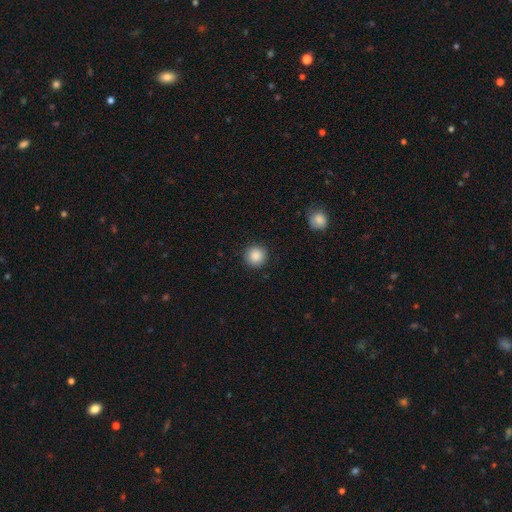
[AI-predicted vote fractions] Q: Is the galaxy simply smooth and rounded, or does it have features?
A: smooth — 87%.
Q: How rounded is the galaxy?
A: round — 95%.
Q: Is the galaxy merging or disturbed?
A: none — 91%.